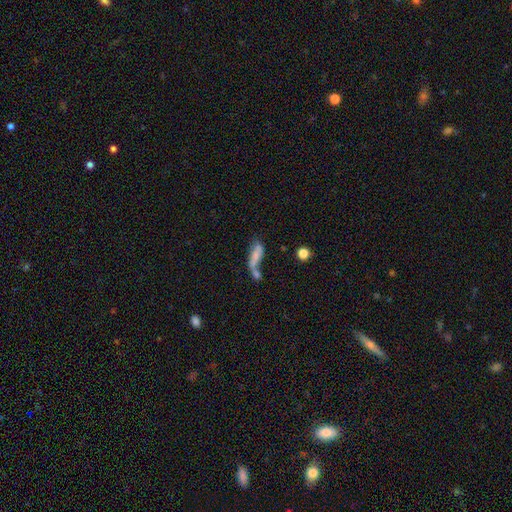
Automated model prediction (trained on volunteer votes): The model was most divided on "how rounded": in between: 55%, cigar-shaped: 41%, round: 4%. Remaining: smooth or featured — smooth (63%); merging — merger (50%).